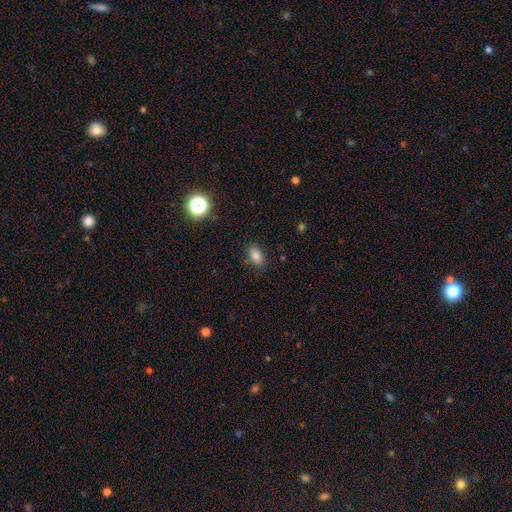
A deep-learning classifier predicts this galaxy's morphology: smooth 83%, star or artifact 11%, featured or disk 6%. Down the decision tree: how rounded — in between (89%); merging — none (84%).